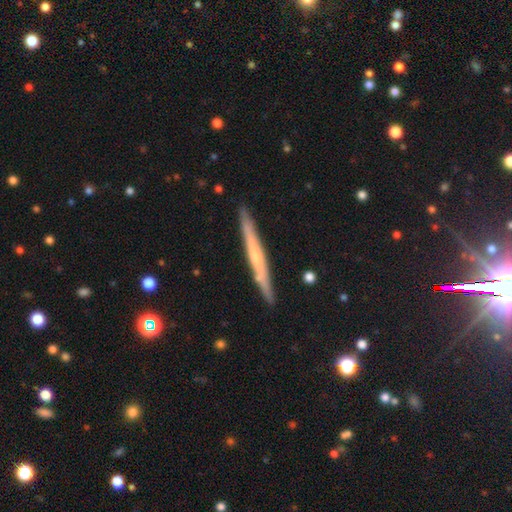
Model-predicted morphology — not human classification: Smooth or featured: featured or disk — 55% (smooth — 39%)
Edge-on disk: yes — 96% (no — 4%)
Edge-on bulge: none — 64% (rounded — 29%)
Merging: none — 89% (minor disturbance — 8%)